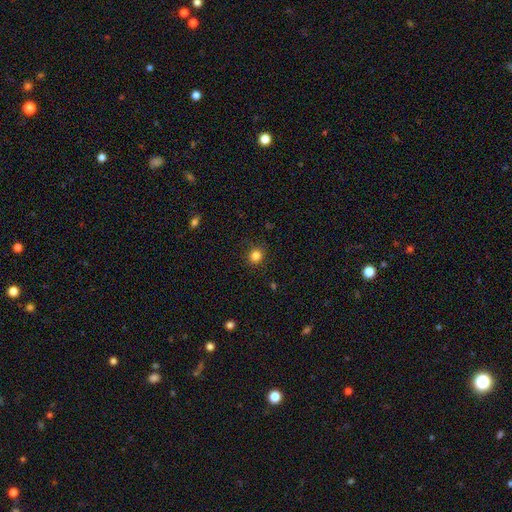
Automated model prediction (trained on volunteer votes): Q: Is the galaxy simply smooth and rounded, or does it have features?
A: smooth — 84%.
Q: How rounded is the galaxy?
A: round — 84%.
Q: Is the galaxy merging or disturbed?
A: none — 89%.